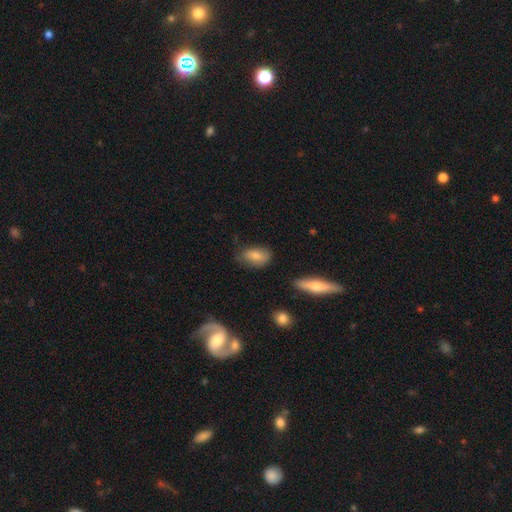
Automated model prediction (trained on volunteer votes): smooth_or_featured: smooth (p=0.79) [alt: featured or disk p=0.13]
how_rounded: in between (p=0.89) [alt: round p=0.07]
merging: none (p=0.62) [alt: minor disturbance p=0.29]